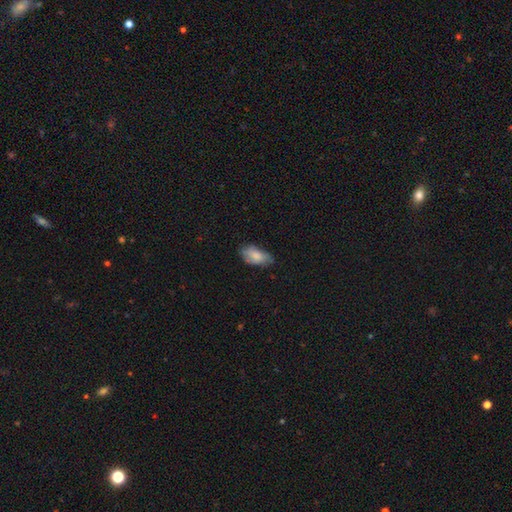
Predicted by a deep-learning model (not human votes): Morphology: type=smooth (74%); roundness=in between (92%); merging=none (56%).